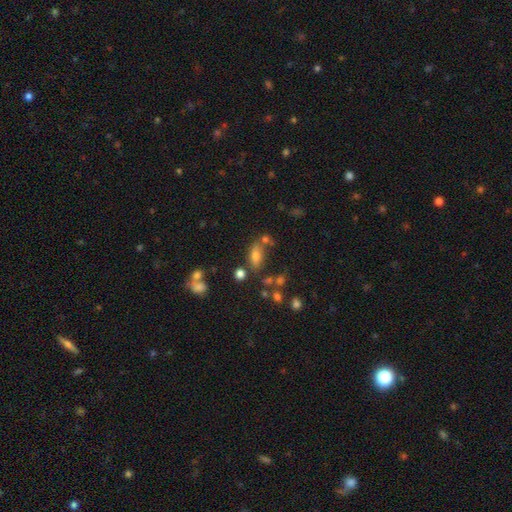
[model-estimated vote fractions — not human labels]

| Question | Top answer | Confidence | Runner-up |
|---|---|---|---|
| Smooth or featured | smooth | 72% | star or artifact (14%) |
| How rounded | in between | 82% | cigar-shaped (10%) |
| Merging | none | 62% | merger (17%) |